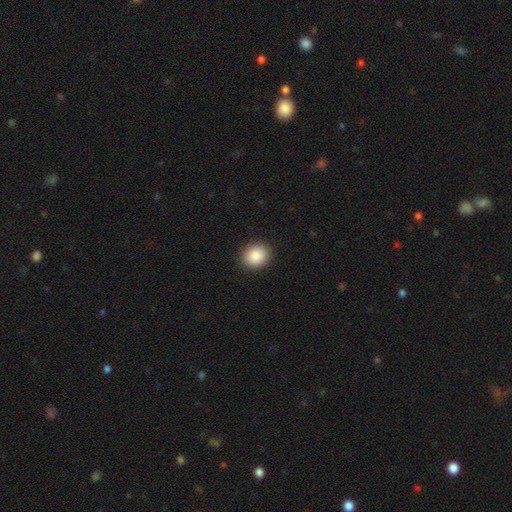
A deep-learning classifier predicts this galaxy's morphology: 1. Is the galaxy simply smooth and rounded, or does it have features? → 89% smooth, 8% star or artifact, 4% featured or disk.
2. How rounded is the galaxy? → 66% round, 34% in between, 1% cigar-shaped.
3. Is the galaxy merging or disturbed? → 91% none, 6% minor disturbance, 2% major disturbance, 1% merger.